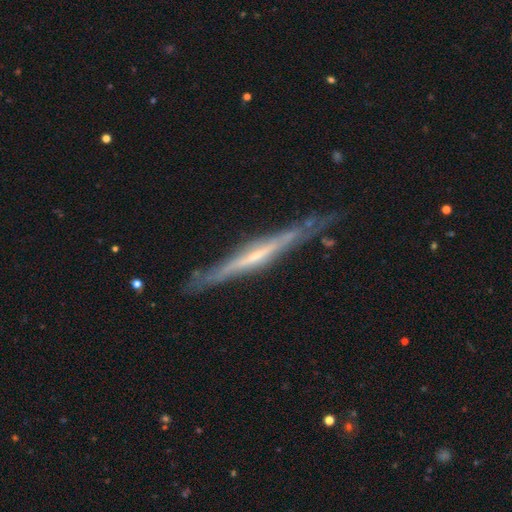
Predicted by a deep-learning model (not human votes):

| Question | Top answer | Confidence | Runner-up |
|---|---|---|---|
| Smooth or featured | featured or disk | 76% | smooth (19%) |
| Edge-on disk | yes | 95% | no (5%) |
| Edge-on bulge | none | 58% | rounded (32%) |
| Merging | none | 77% | minor disturbance (18%) |